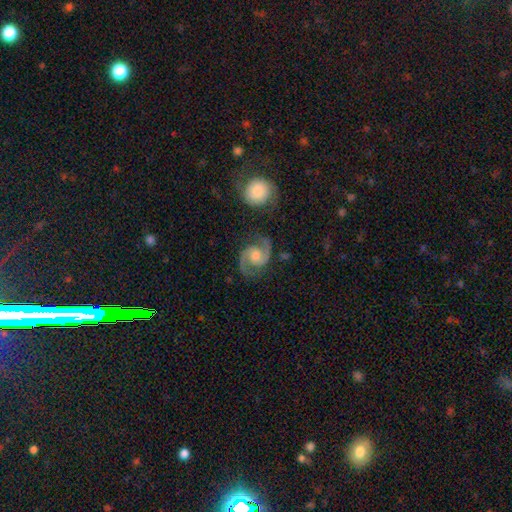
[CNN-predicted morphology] A featured or disk galaxy (92%) with no bar (62%), 2 (95%) medium (63%) spiral arms (98%) and a moderate central bulge (65%). Merging: none (82%).